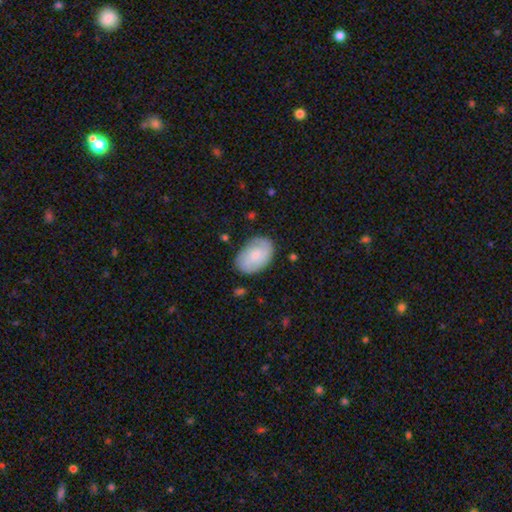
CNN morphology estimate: Smooth or featured: smooth — 56% (featured or disk — 38%)
How rounded: in between — 87% (round — 12%)
Merging: none — 79% (minor disturbance — 16%)